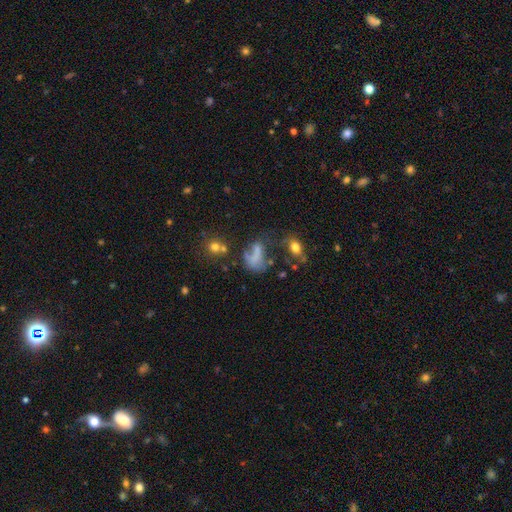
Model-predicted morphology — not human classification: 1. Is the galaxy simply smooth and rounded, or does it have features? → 52% smooth, 27% featured or disk, 20% star or artifact.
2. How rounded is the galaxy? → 72% in between, 22% round, 6% cigar-shaped.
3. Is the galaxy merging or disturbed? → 36% major disturbance, 27% none, 19% merger, 18% minor disturbance.